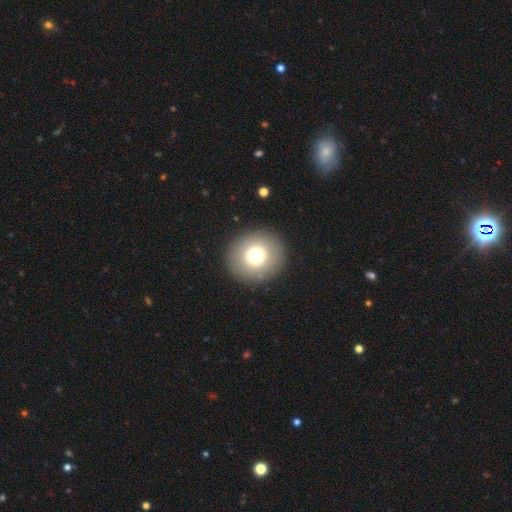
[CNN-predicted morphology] Smooth or featured? smooth (73%)
How rounded? round (93%)
Merging? none (90%)